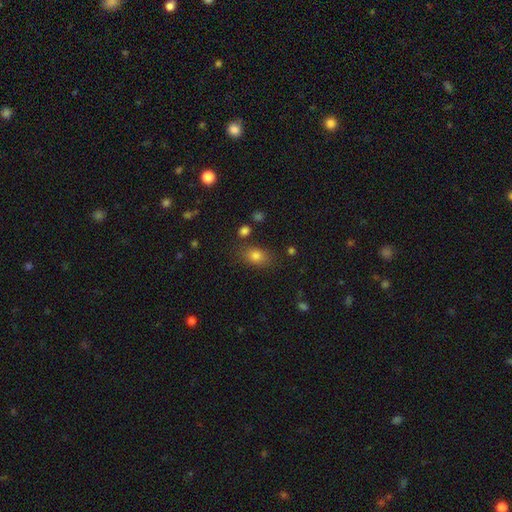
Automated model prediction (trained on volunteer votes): smooth_or_featured: smooth (p=0.80) [alt: star or artifact p=0.11]
how_rounded: in between (p=0.77) [alt: round p=0.21]
merging: none (p=0.77) [alt: minor disturbance p=0.14]